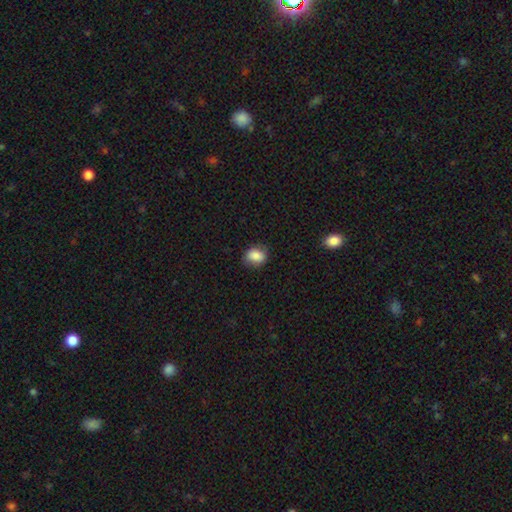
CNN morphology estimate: A smooth galaxy with no disk features (84%) that is in between round and cigar-shaped (56%). Merging: none (77%).